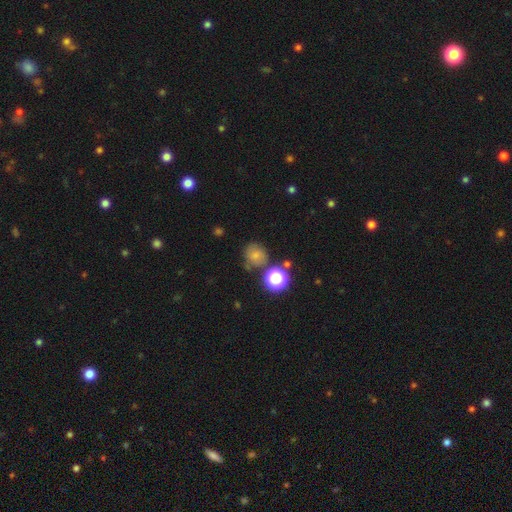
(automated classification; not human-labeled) Smooth or featured? smooth (71%)
How rounded? round (83%)
Merging? none (65%)